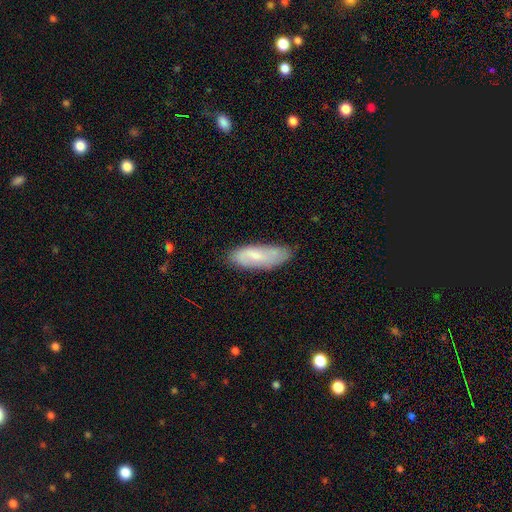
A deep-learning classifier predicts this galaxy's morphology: A smooth galaxy with no disk features (60%) that is in between round and cigar-shaped (66%).

Vote fractions:
- Smooth or featured? smooth: 60% / featured or disk: 34% / star or artifact: 7%
- How rounded? in between: 66% / cigar-shaped: 32% / round: 2%
- Merging? none: 67% / minor disturbance: 25% / major disturbance: 6% / merger: 2%